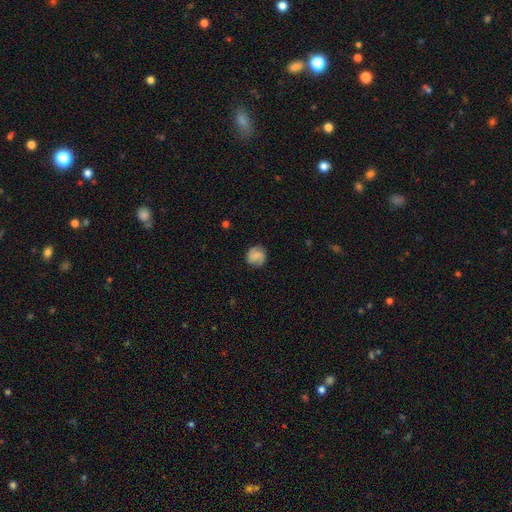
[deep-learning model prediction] A smooth galaxy with no disk features (48%). Merging: none (80%).